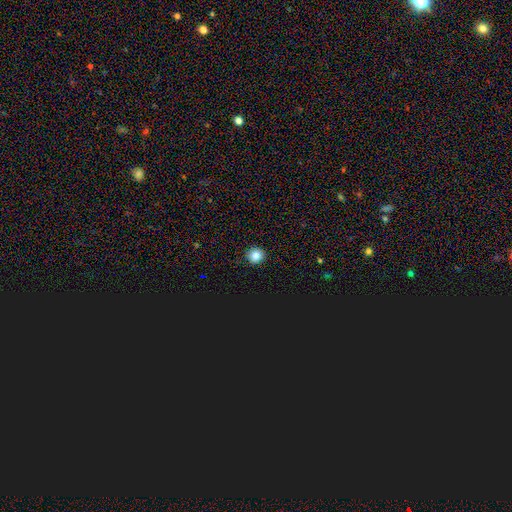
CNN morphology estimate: Smooth or featured? Predicted: smooth (p=0.82). How rounded? Predicted: round (p=0.93). Merging? Predicted: none (p=0.93).